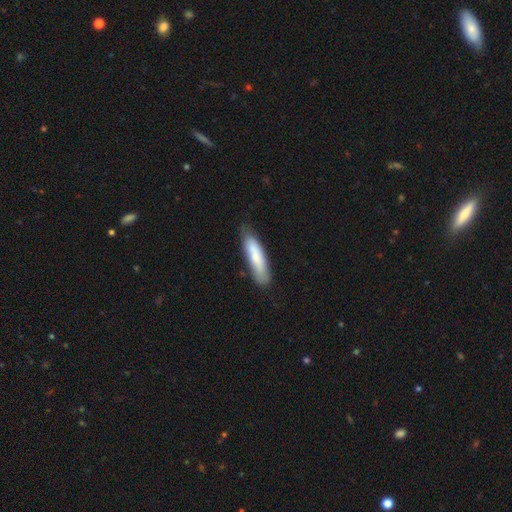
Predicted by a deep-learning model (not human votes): A smooth galaxy with no disk features (77%) that is cigar-shaped (75%). Merging: none (76%).